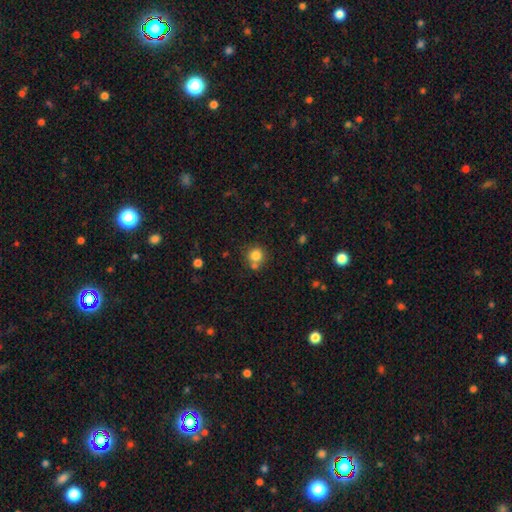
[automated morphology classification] This appears to be a smooth galaxy with no disk features (81%) that is round (89%). Merging: none (64%).